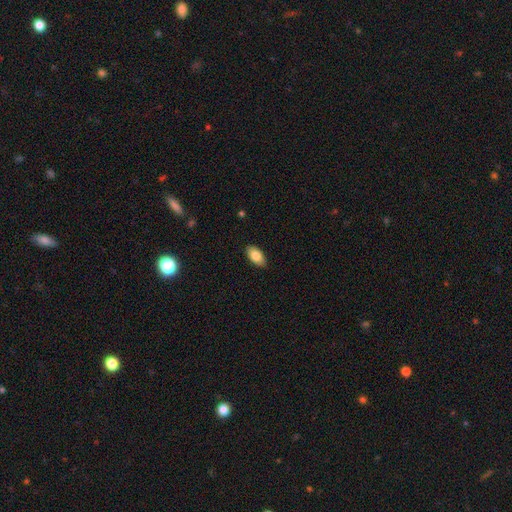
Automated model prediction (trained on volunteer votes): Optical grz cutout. It shows a smooth galaxy with no disk features (82%) that is in between round and cigar-shaped (93%). Merging: none (88%).